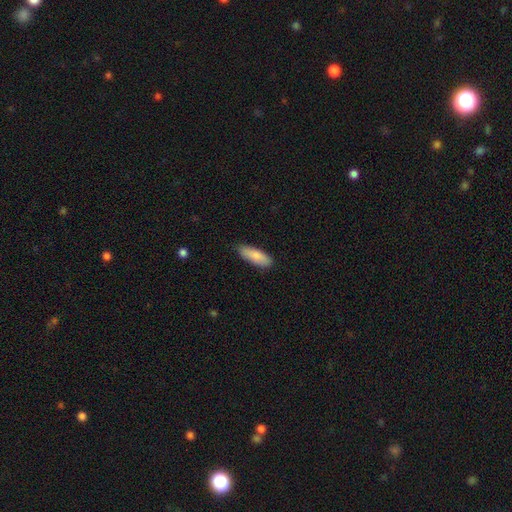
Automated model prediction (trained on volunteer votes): A smooth galaxy with no disk features (85%) that is in between round and cigar-shaped (62%). Merging: none (83%).